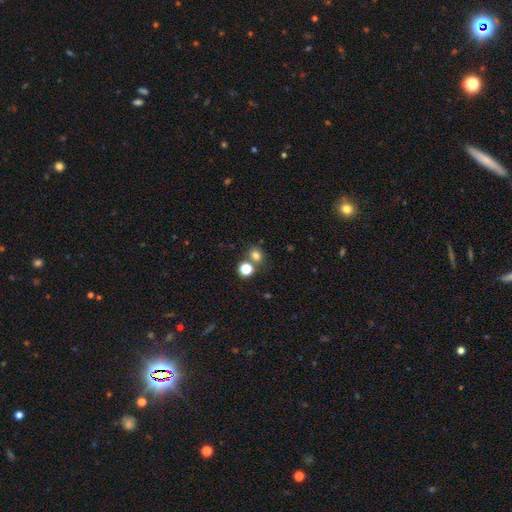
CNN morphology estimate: Overall: smooth (75%). How rounded: round (70%). Merging: none (62%; merger 24%).